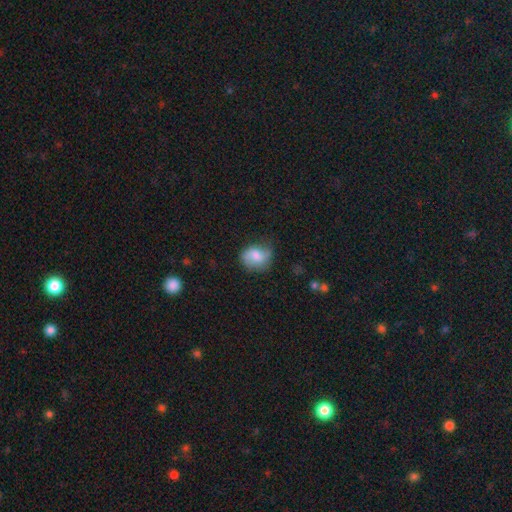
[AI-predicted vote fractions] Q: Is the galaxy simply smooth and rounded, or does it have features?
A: smooth — 62%.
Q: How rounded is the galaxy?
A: round — 52%.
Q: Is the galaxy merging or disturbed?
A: none — 58%.